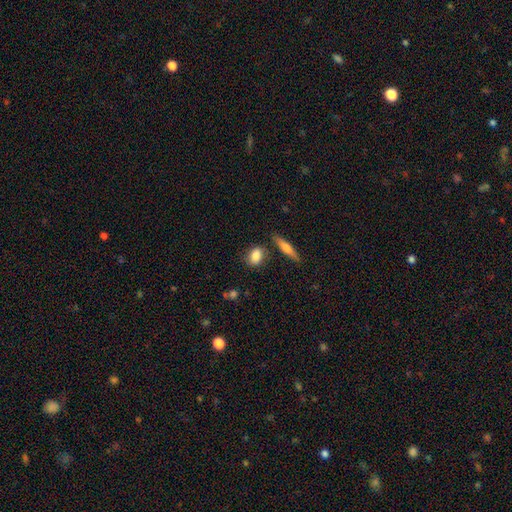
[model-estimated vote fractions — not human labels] This is clearly a smooth galaxy (84%). How rounded: likely in between (68%). Merging: likely none (75%).